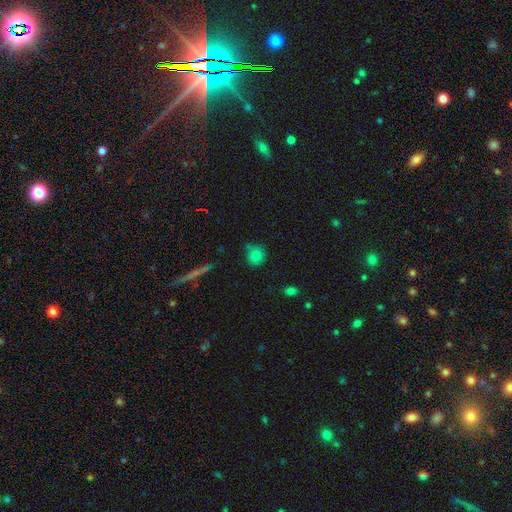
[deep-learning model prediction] smooth_or_featured: smooth (p=0.77) [alt: featured or disk p=0.11]
how_rounded: round (p=0.89) [alt: in between p=0.10]
merging: none (p=0.71) [alt: minor disturbance p=0.21]